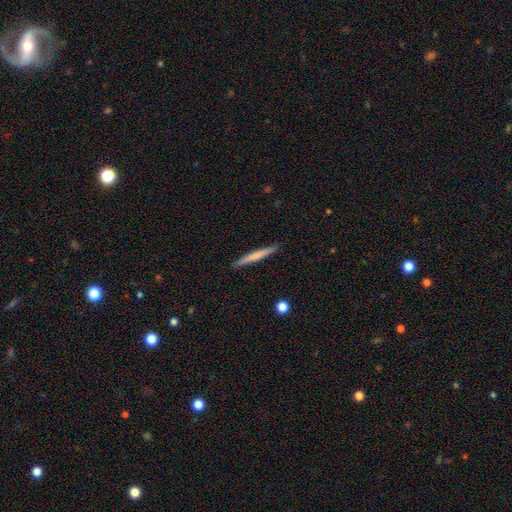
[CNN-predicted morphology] A smooth galaxy with no disk features (59%) that is cigar-shaped (96%). Merging: none (91%).